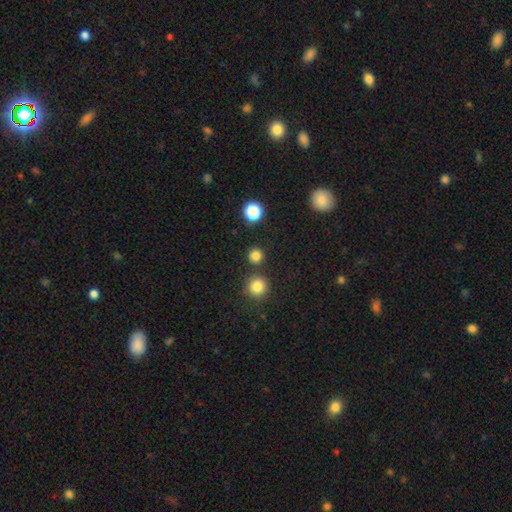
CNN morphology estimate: Q: Smooth or featured?
A: smooth (81%); runner-up: star or artifact (15%)
Q: How rounded?
A: round (93%); runner-up: in between (6%)
Q: Merging?
A: none (85%); runner-up: merger (7%)